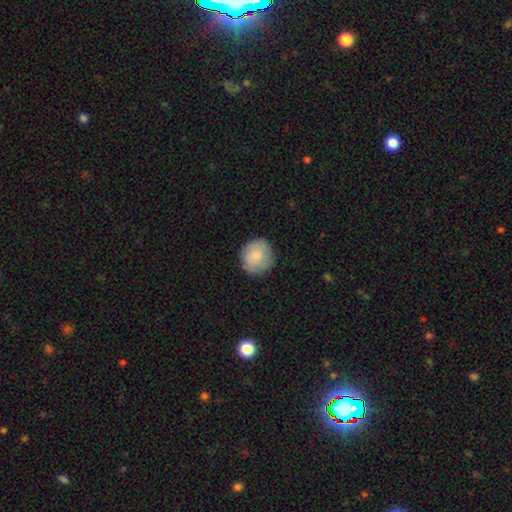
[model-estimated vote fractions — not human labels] Smooth or featured: smooth — 80% (featured or disk — 13%)
How rounded: round — 86% (in between — 13%)
Merging: none — 79% (minor disturbance — 16%)